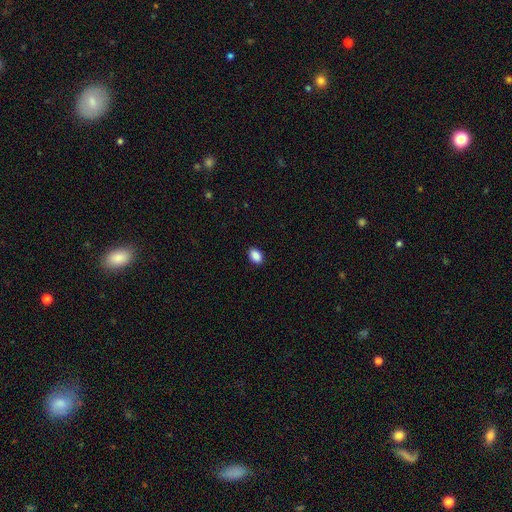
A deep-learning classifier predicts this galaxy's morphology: type=smooth (90%); roundness=in between (85%); merging=none (90%).